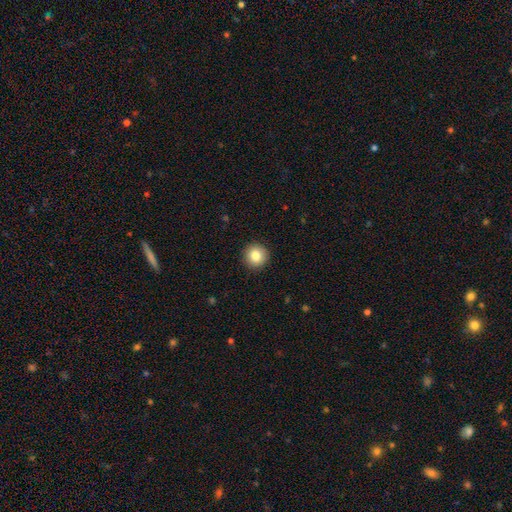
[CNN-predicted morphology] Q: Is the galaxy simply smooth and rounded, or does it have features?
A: smooth — 83%.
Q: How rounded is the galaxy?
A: round — 95%.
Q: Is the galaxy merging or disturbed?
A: none — 92%.